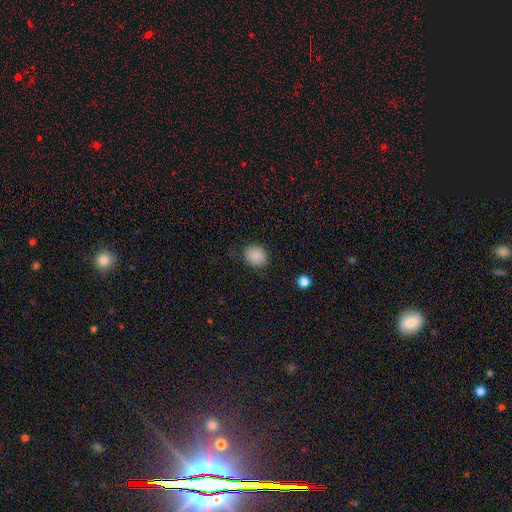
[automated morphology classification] Smooth or featured? smooth (88%)
How rounded? round (63%)
Merging? none (84%)